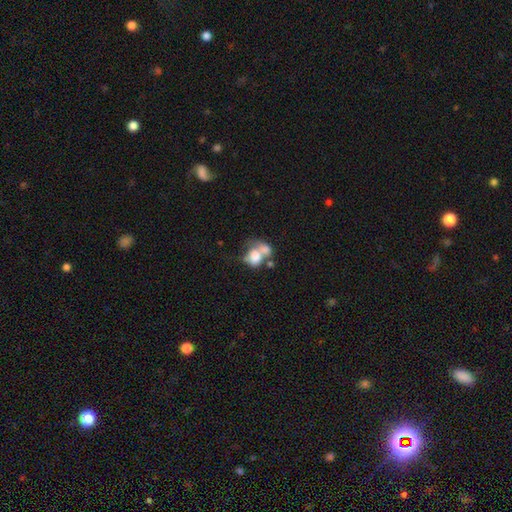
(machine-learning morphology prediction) Smooth or featured? smooth (64%)
How rounded? in between (59%)
Merging? merger (61%)